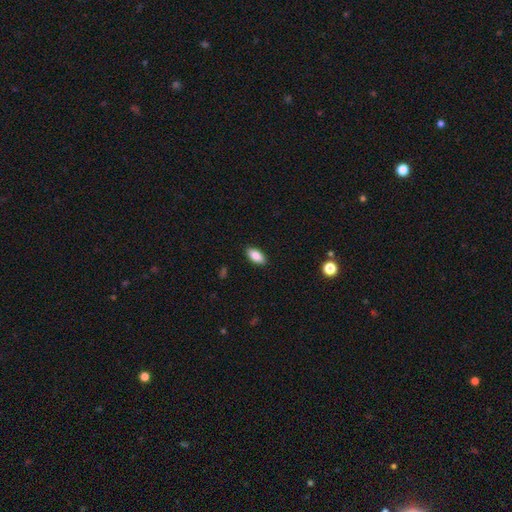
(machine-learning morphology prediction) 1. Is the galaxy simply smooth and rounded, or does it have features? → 86% smooth, 7% star or artifact, 7% featured or disk.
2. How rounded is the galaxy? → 91% in between, 7% cigar-shaped, 3% round.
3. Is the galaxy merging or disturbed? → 89% none, 8% minor disturbance, 2% major disturbance, 1% merger.